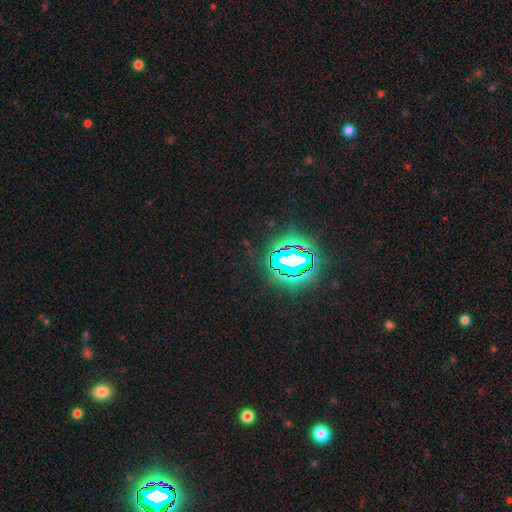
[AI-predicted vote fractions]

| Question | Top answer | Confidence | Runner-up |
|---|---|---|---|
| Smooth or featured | star or artifact | 84% | smooth (10%) |